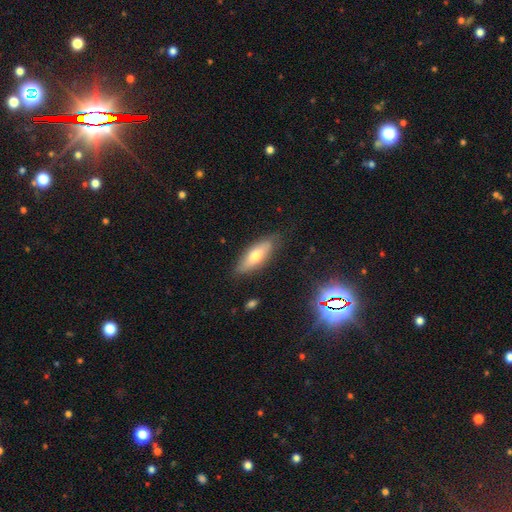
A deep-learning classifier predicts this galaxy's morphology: Smooth or featured?
  - smooth: 62% *
  - featured or disk: 30%
  - star or artifact: 9%
How rounded?
  - in between: 59% *
  - cigar-shaped: 39%
  - round: 2%
Merging?
  - none: 82% *
  - minor disturbance: 14%
  - major disturbance: 3%
  - merger: 1%